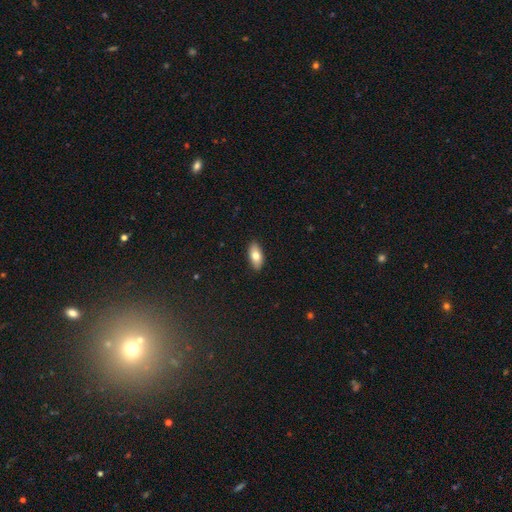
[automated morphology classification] The model was most divided on "smooth or featured": smooth: 77%, featured or disk: 17%, star or artifact: 7%. More confident: merging — none (90%); how rounded — in between (88%).